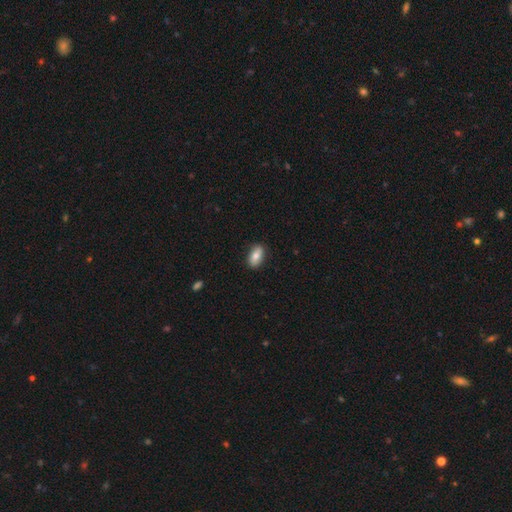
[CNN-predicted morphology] Smooth or featured? smooth (73%)
How rounded? in between (89%)
Merging? none (84%)